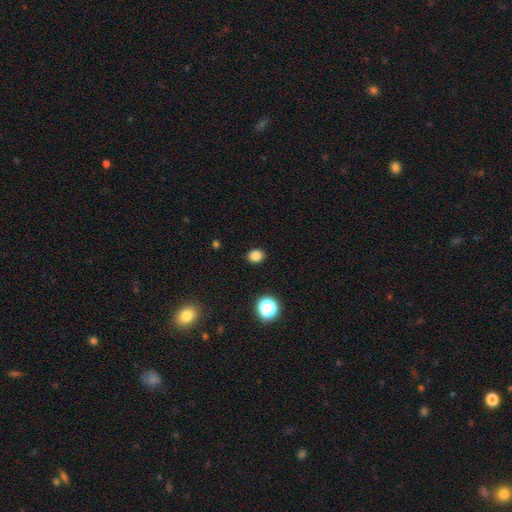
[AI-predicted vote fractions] This appears to be a smooth galaxy with no disk features (83%) that is round (62%). Merging: none (90%).